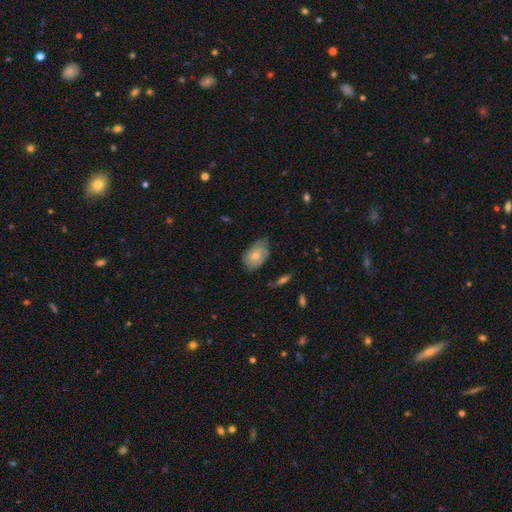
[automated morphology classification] A smooth galaxy with no disk features (65%) that is in between round and cigar-shaped (87%).

Vote fractions:
- Smooth or featured? smooth: 65% / featured or disk: 28% / star or artifact: 7%
- How rounded? in between: 87% / round: 11% / cigar-shaped: 1%
- Merging? none: 62% / minor disturbance: 30% / major disturbance: 6% / merger: 2%